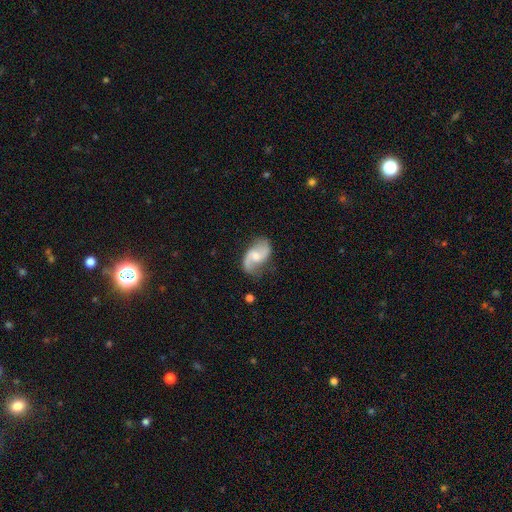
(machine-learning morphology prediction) featured or disk 83%, smooth 12%, star or artifact 5%. Down the decision tree: edge-on disk — no (98%); bar — no (46%); spiral arms — yes (96%); spiral arm count — 2 (91%); spiral winding — loose (55%); bulge size — moderate (52%); merging — none (72%).